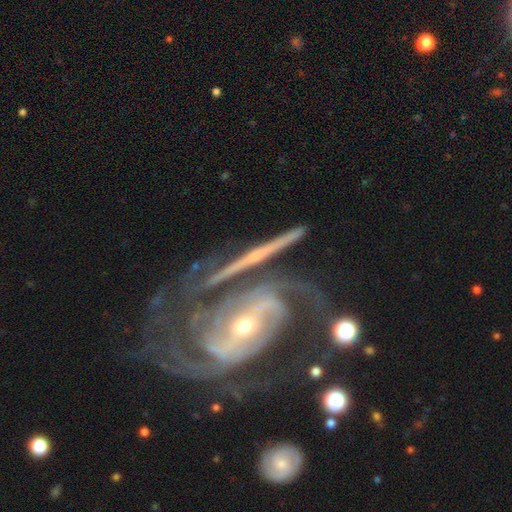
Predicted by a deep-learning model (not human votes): This appears to be a featured or disk galaxy (88%) with a strong bar (42%), 2 (51%) tight (51%) spiral arms (94%) and a small central bulge (64%). Merging: none (47%).